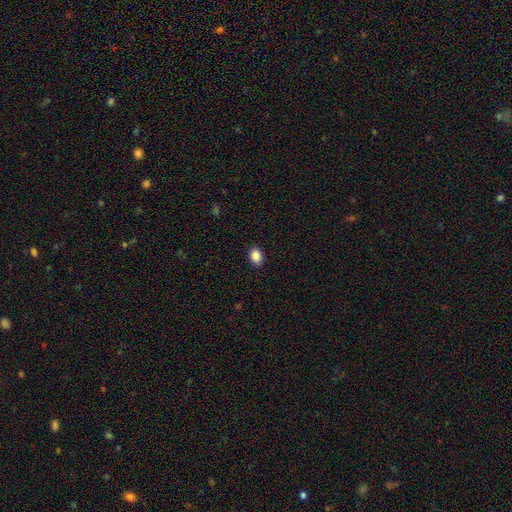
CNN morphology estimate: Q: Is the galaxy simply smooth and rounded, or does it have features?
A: smooth — 88%.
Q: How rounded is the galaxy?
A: in between — 72%.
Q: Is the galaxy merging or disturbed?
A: none — 91%.